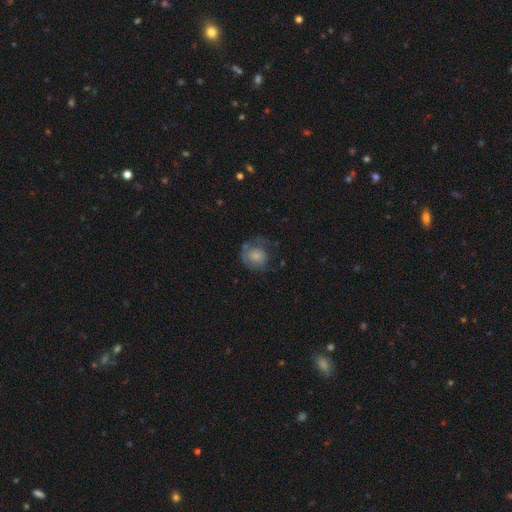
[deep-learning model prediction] This is likely a smooth galaxy (63%). How rounded: likely round (76%). Merging: possibly none (47%).